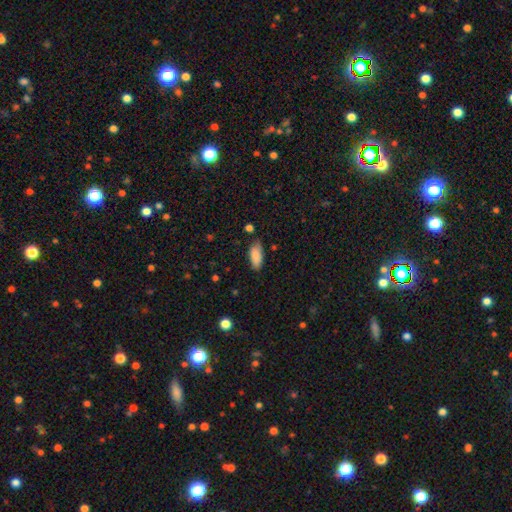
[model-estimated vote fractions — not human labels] Q: Smooth or featured?
A: smooth (87%); runner-up: star or artifact (7%)
Q: How rounded?
A: in between (86%); runner-up: cigar-shaped (12%)
Q: Merging?
A: none (72%); runner-up: minor disturbance (22%)